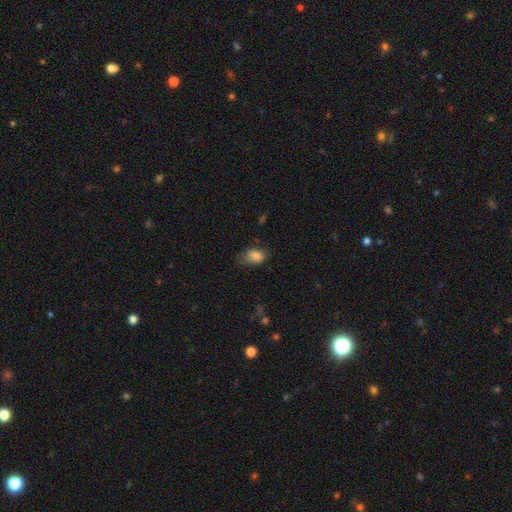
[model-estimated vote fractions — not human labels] Overall: smooth (81%). How rounded: in between (86%). Merging: none (50%; minor disturbance 34%).